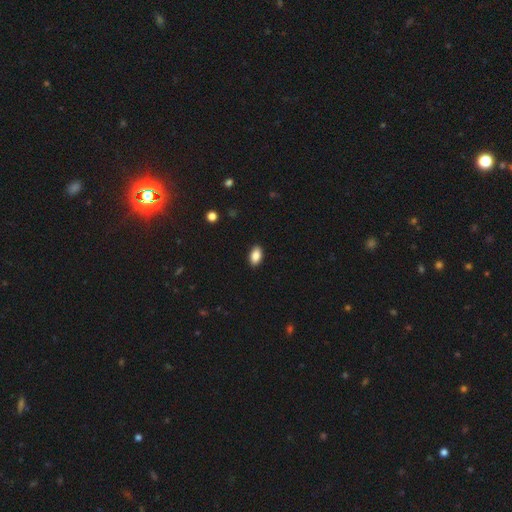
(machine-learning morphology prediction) Smooth or featured? smooth (87%)
How rounded? in between (93%)
Merging? none (90%)